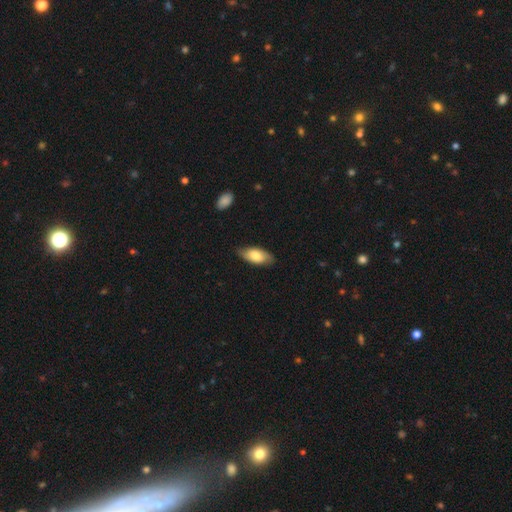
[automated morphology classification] Smooth or featured? Predicted: smooth (p=0.73). How rounded? Predicted: in between (p=0.89). Merging? Predicted: none (p=0.79).